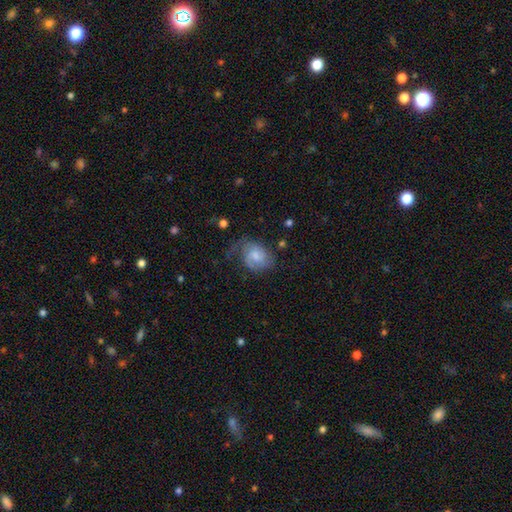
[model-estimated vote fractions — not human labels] Smooth or featured? featured or disk (50%)
Merging? none (38%)